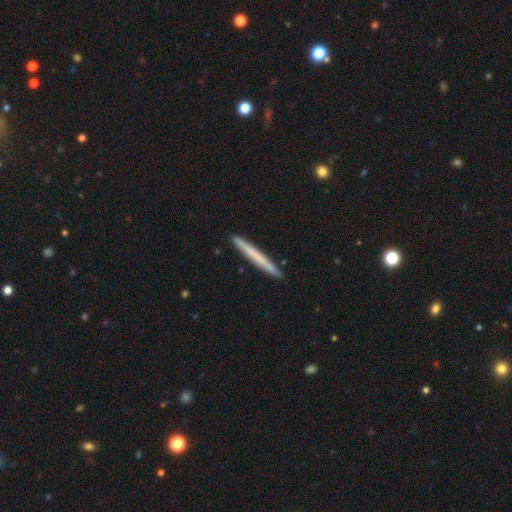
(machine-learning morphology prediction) This is likely a smooth galaxy (61%). How rounded: clearly cigar-shaped (97%). Merging: clearly none (93%).